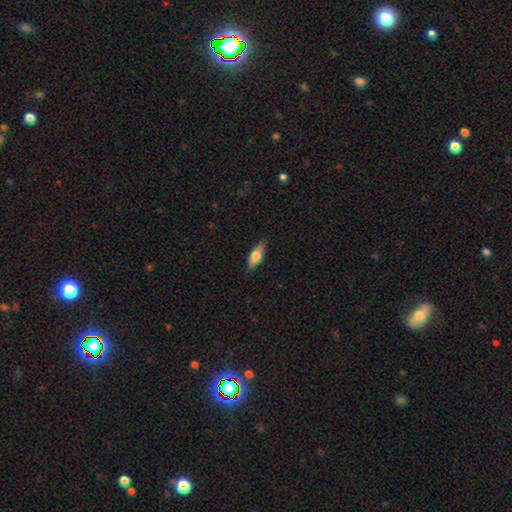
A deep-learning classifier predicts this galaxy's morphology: This appears to be a smooth galaxy with no disk features (62%) that is in between round and cigar-shaped (59%). Merging: none (84%).